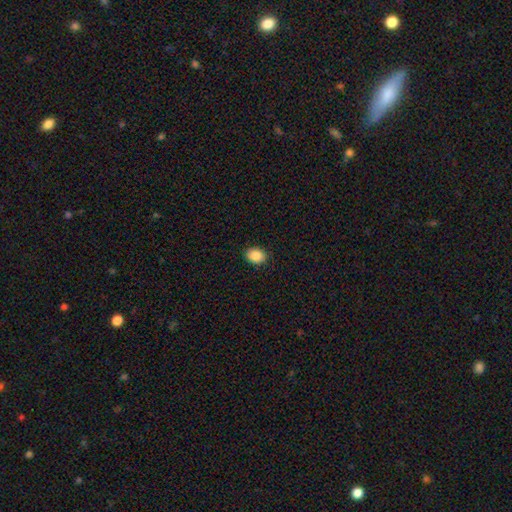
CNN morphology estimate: Smooth or featured? smooth (88%)
How rounded? in between (58%)
Merging? none (90%)